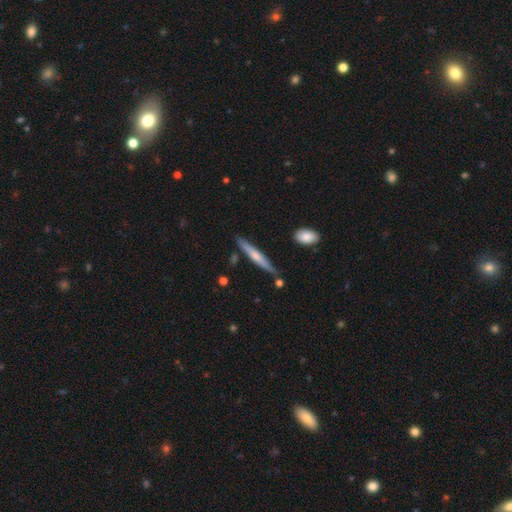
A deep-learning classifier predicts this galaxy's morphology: Smooth or featured? smooth (51%)
How rounded? cigar-shaped (93%)
Merging? none (81%)